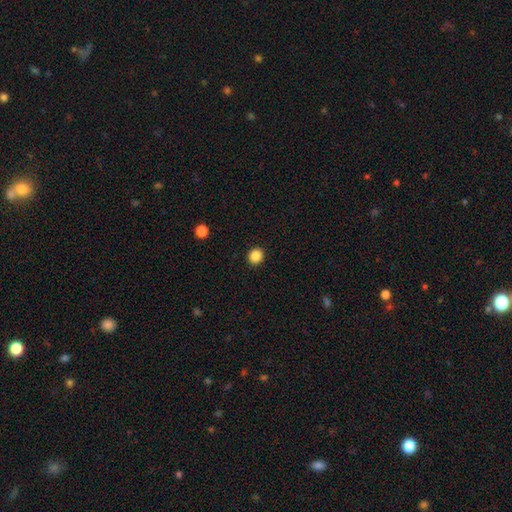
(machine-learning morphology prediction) This is clearly a smooth galaxy (86%). How rounded: clearly round (85%). Merging: clearly none (92%).